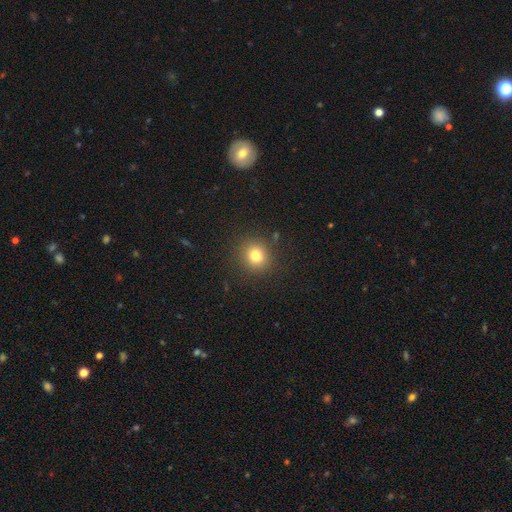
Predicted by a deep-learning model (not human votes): Smooth or featured: smooth — 79% (star or artifact — 14%)
How rounded: round — 87% (in between — 12%)
Merging: none — 89% (minor disturbance — 7%)